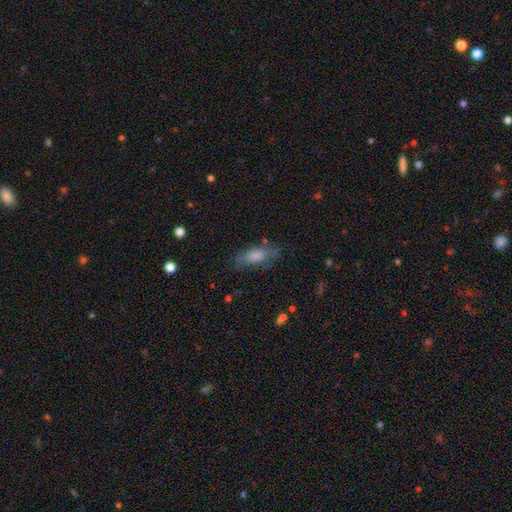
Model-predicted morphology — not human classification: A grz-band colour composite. It shows a smooth galaxy with no disk features (75%) that is in between round and cigar-shaped (75%). Merging: none (69%).